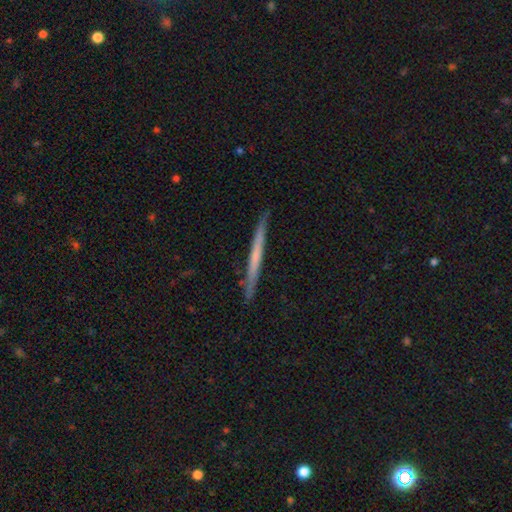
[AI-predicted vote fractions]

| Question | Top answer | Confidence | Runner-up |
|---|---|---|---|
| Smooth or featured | featured or disk | 50% | smooth (44%) |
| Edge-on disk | yes | 97% | no (3%) |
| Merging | none | 90% | minor disturbance (8%) |